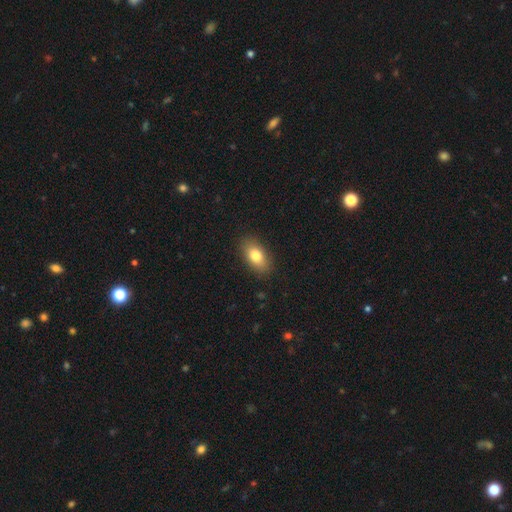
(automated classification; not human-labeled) This appears to be a smooth galaxy with no disk features (79%) that is in between round and cigar-shaped (88%). Merging: none (86%).